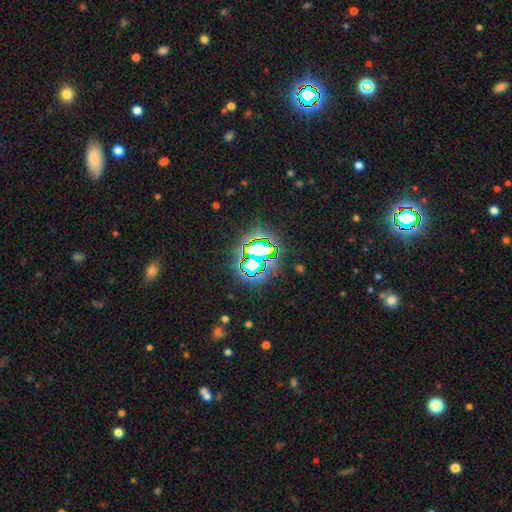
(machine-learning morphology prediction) smooth-or-featured: star or artifact: 75% | smooth: 14% | featured or disk: 11%